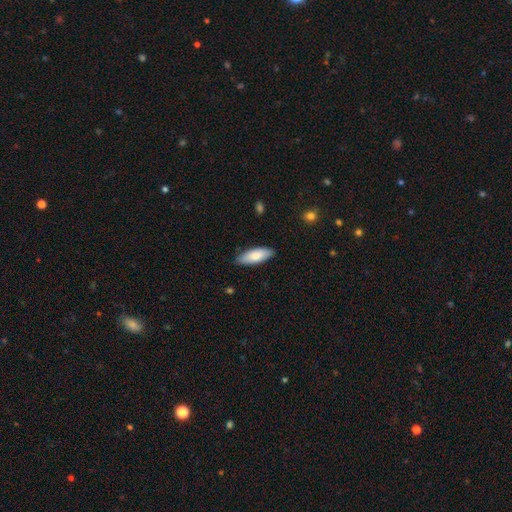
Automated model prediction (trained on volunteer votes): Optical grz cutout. It shows a smooth galaxy with no disk features (79%) that is in between round and cigar-shaped (71%). Merging: none (85%).